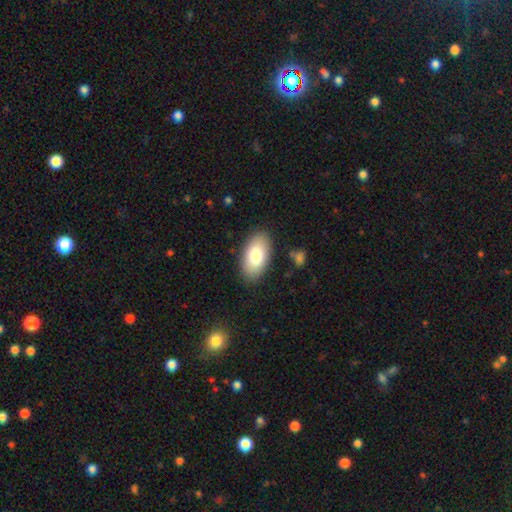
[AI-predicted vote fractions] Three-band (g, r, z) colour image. It shows a smooth galaxy with no disk features (80%) that is in between round and cigar-shaped (95%). Merging: none (86%).